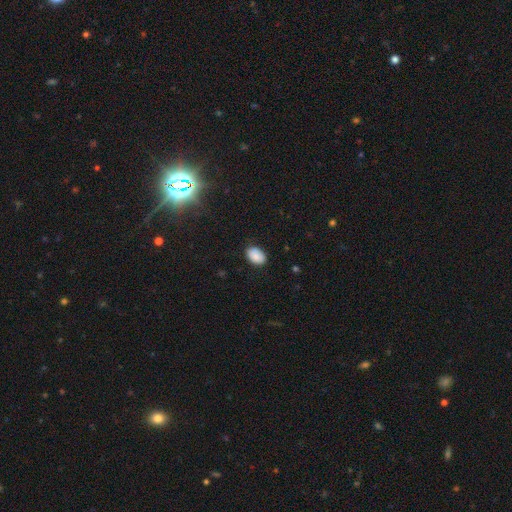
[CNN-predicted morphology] This appears to be a smooth galaxy with no disk features (88%) that is in between round and cigar-shaped (88%). Merging: none (84%).